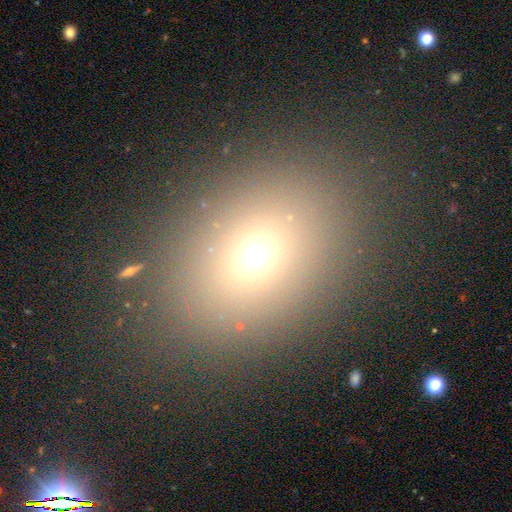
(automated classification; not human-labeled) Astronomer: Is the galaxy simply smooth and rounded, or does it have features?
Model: smooth — 67%.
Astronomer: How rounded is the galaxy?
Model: in between — 59% (runner-up: round, 39%).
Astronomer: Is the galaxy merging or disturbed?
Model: none — 83%.